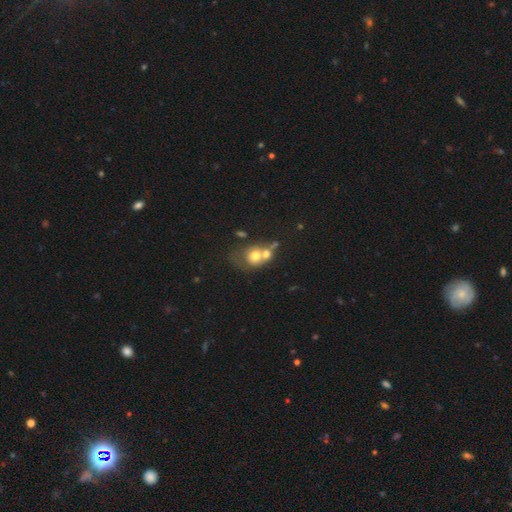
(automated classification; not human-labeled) Smooth or featured?
  - smooth: 65% *
  - featured or disk: 24%
  - star or artifact: 11%
How rounded?
  - round: 66% *
  - in between: 33%
  - cigar-shaped: 1%
Merging?
  - merger: 61% *
  - none: 22%
  - minor disturbance: 9%
  - major disturbance: 7%